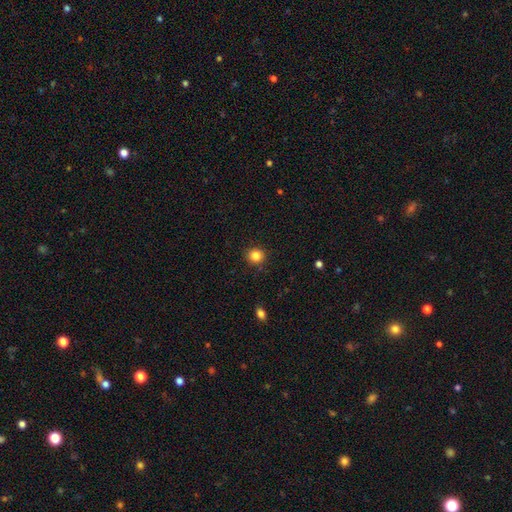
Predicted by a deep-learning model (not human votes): Morphology: type=smooth (84%); roundness=round (87%); merging=none (90%).